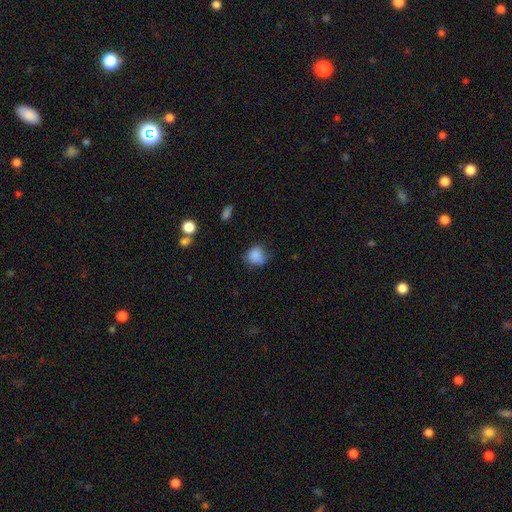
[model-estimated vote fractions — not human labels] Smooth or featured? Predicted: smooth (p=0.84). How rounded? Predicted: round (p=0.73). Merging? Predicted: none (p=0.61).